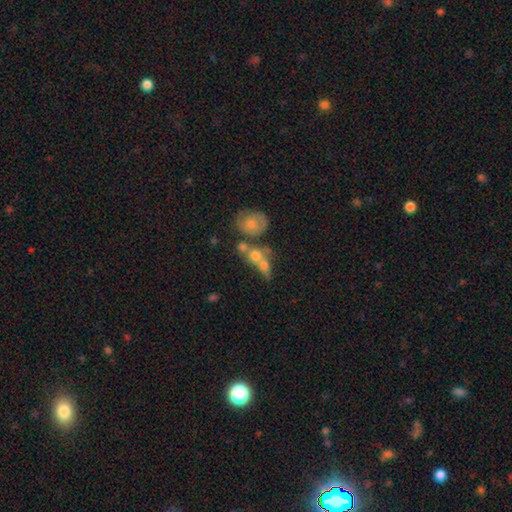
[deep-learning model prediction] Morphology: type=smooth (64%); roundness=round (52%); merging=merger (57%).